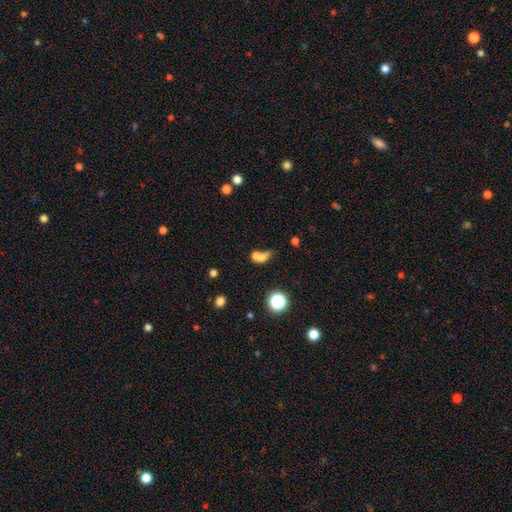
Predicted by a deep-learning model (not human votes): A smooth galaxy with no disk features (65%) that is round (53%). Merging: merger (62%).